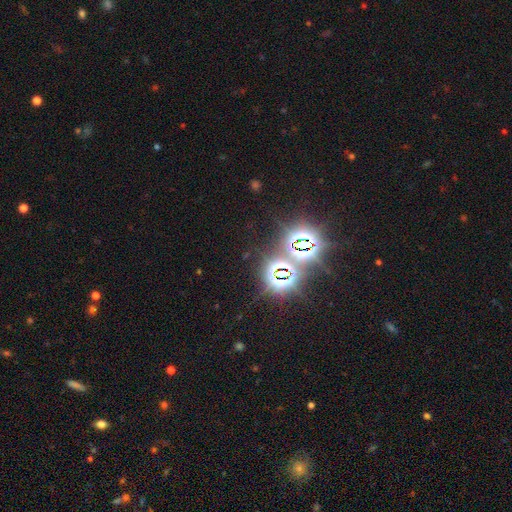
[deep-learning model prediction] smooth_or_featured: star or artifact (p=0.81) [alt: smooth p=0.11]